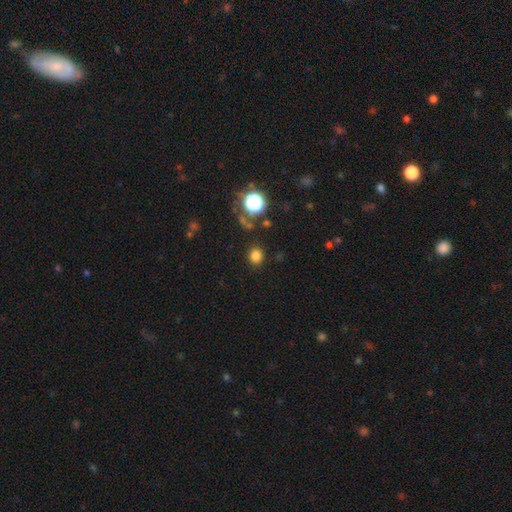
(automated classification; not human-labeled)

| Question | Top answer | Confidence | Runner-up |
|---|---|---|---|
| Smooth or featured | smooth | 79% | star or artifact (16%) |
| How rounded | round | 80% | in between (19%) |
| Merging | none | 86% | minor disturbance (8%) |